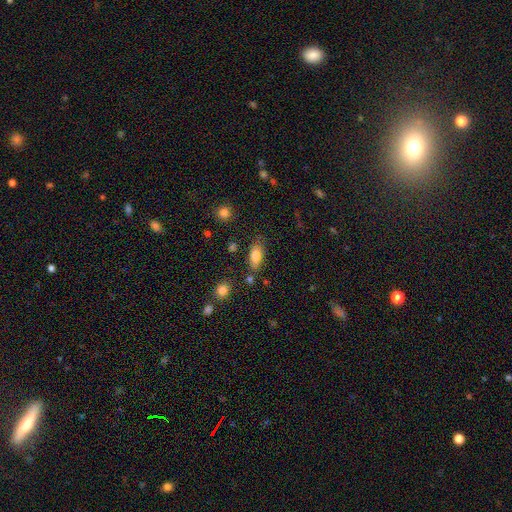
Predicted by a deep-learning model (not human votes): This is clearly a smooth galaxy (81%). How rounded: clearly in between (85%). Merging: likely none (71%).